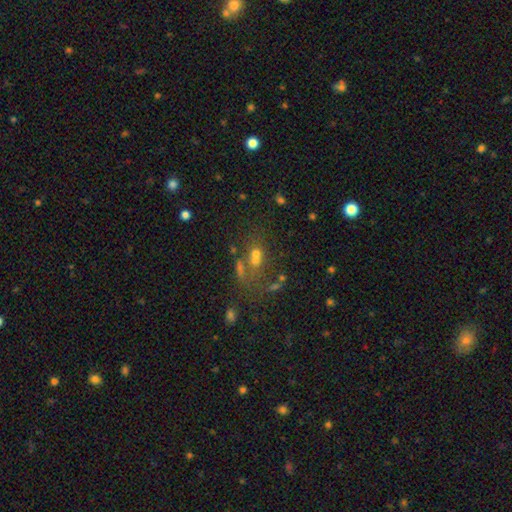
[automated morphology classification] A smooth galaxy with no disk features (48%).

Vote fractions:
- Smooth or featured? smooth: 48% / star or artifact: 30% / featured or disk: 22%
- Merging? merger: 41% / none: 36% / major disturbance: 12% / minor disturbance: 11%